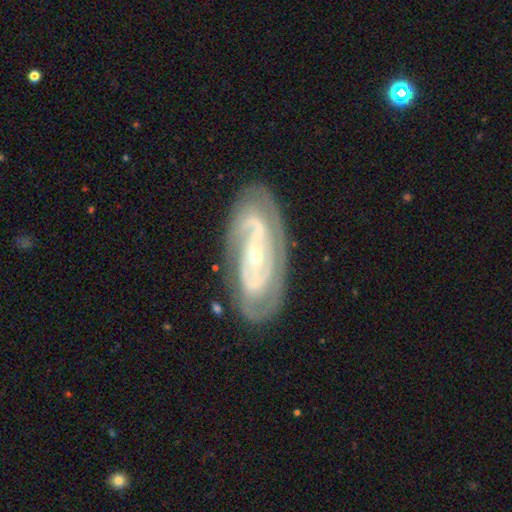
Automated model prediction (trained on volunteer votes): Smooth or featured?
  - featured or disk: 86% *
  - smooth: 9%
  - star or artifact: 5%
Edge-on disk?
  - no: 93% *
  - yes: 7%
Bar?
  - no: 53% *
  - weak: 26%
  - strong: 21%
Spiral arms?
  - yes: 91% *
  - no: 9%
Spiral winding?
  - tight: 63% *
  - medium: 29%
  - loose: 8%
Spiral arm count?
  - 2: 54% *
  - can't tell: 23%
  - 3: 12%
  - 4: 4%
  - 1: 4%
  - more than 4: 3%
Bulge size?
  - small: 73% *
  - moderate: 24%
  - large: 1%
  - none: 1%
  - dominant: 1%
Merging?
  - none: 79% *
  - minor disturbance: 15%
  - major disturbance: 5%
  - merger: 2%